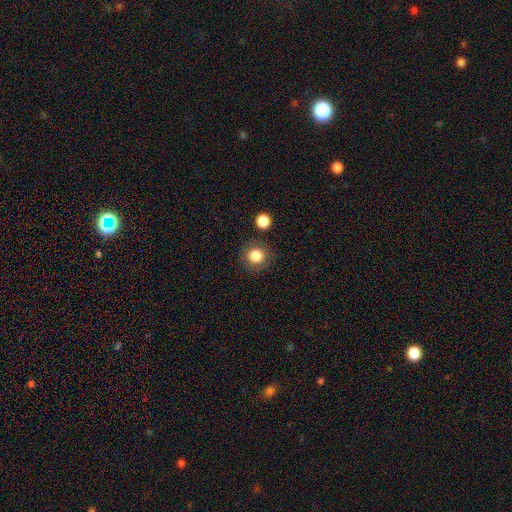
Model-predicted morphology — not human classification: Q: Smooth or featured?
A: smooth (82%); runner-up: star or artifact (10%)
Q: How rounded?
A: round (92%); runner-up: in between (7%)
Q: Merging?
A: none (85%); runner-up: minor disturbance (9%)